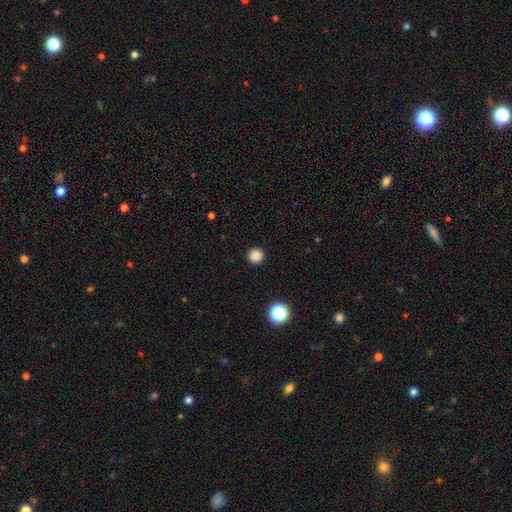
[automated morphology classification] Smooth or featured? Predicted: smooth (p=0.85). How rounded? Predicted: round (p=0.95). Merging? Predicted: none (p=0.93).